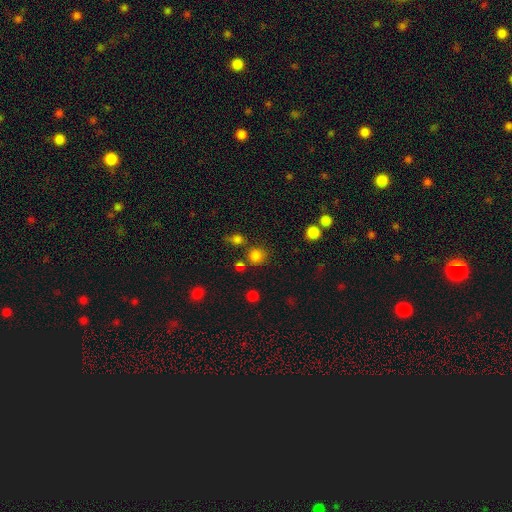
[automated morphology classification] Smooth or featured?
  - smooth: 79% *
  - star or artifact: 16%
  - featured or disk: 5%
How rounded?
  - round: 87% *
  - in between: 12%
  - cigar-shaped: 1%
Merging?
  - none: 73% *
  - merger: 12%
  - minor disturbance: 11%
  - major disturbance: 4%